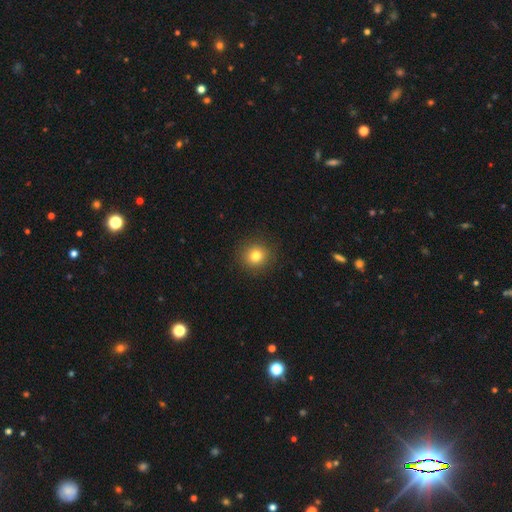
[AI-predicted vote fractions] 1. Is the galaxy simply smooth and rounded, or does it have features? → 79% smooth, 13% star or artifact, 8% featured or disk.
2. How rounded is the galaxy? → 91% round, 8% in between, 1% cigar-shaped.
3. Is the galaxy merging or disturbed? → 91% none, 5% minor disturbance, 2% major disturbance, 1% merger.